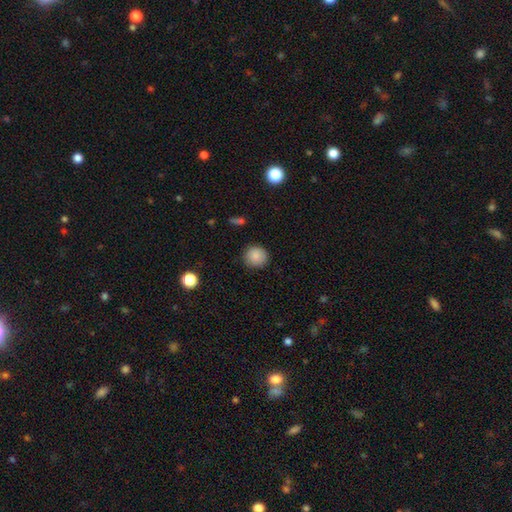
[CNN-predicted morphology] Smooth or featured? Predicted: smooth (p=0.86). How rounded? Predicted: round (p=0.90). Merging? Predicted: none (p=0.88).